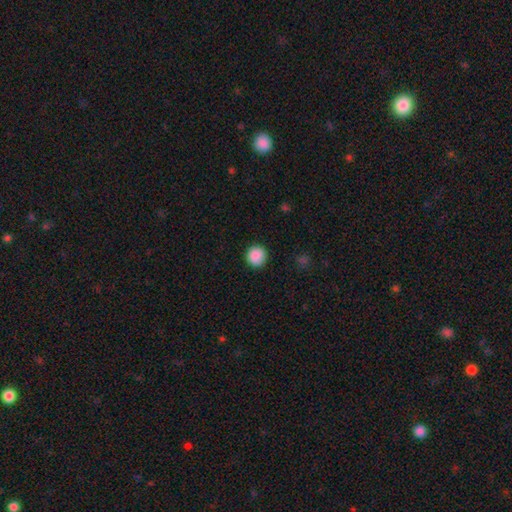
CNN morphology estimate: smooth 89%, star or artifact 8%, featured or disk 3%. Down the decision tree: how rounded — round (93%); merging — none (90%).